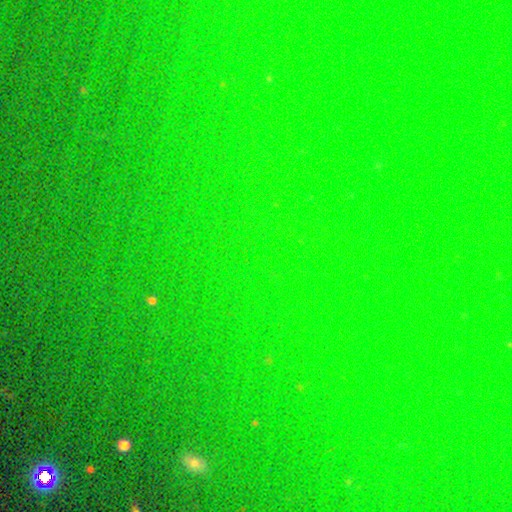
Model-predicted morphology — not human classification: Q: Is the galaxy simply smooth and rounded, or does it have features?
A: star or artifact — 79%.